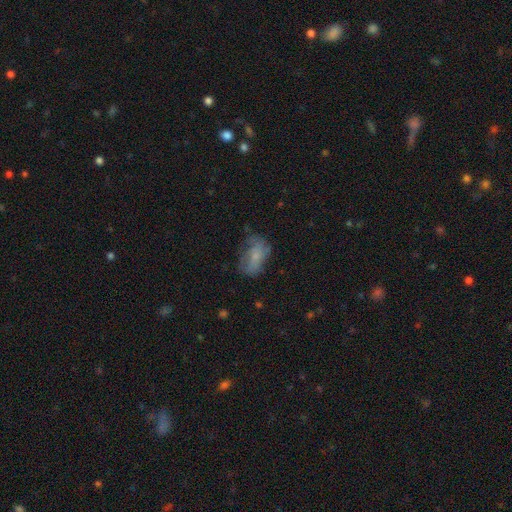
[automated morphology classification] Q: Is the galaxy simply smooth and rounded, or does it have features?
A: smooth — 61%.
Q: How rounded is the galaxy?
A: in between — 87%.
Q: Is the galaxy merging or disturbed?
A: none — 45%.